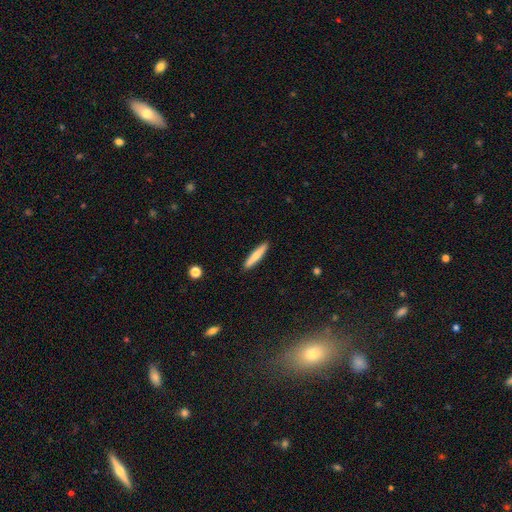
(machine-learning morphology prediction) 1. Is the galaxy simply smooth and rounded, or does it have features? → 68% smooth, 26% featured or disk, 6% star or artifact.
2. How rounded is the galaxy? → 90% cigar-shaped, 8% in between, 1% round.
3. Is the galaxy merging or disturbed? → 90% none, 7% minor disturbance, 1% major disturbance, 1% merger.